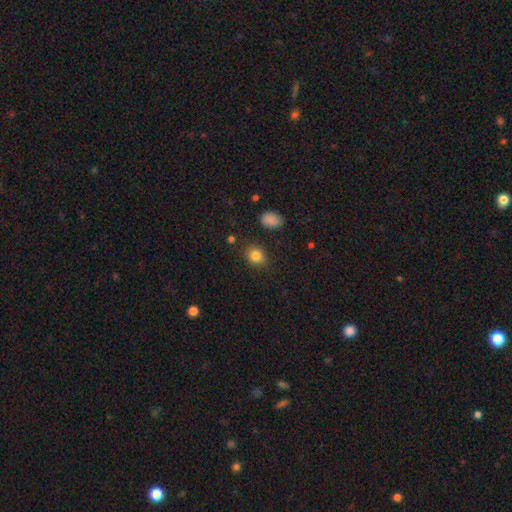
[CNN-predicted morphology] smooth_or_featured: smooth (p=0.83) [alt: star or artifact p=0.11]
how_rounded: round (p=0.55) [alt: in between p=0.44]
merging: none (p=0.84) [alt: minor disturbance p=0.11]